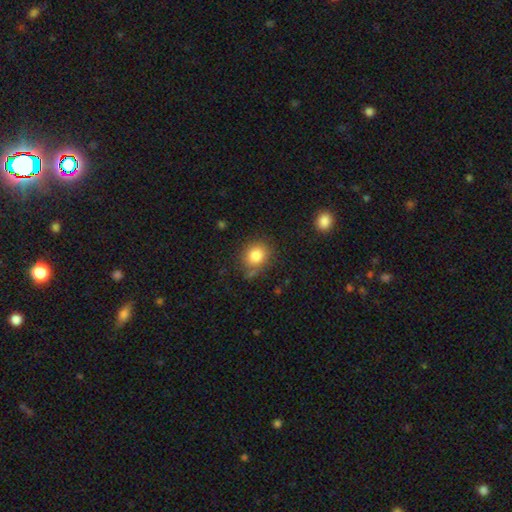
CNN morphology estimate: This is clearly a smooth galaxy (84%). How rounded: likely round (64%). Merging: likely none (73%).